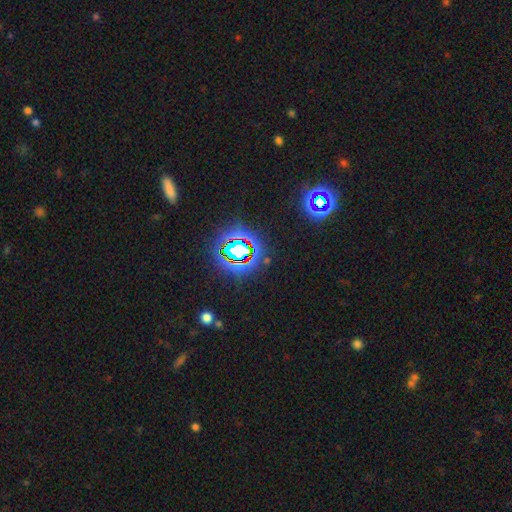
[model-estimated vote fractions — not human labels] Smooth or featured: star or artifact — 73% (smooth — 18%)